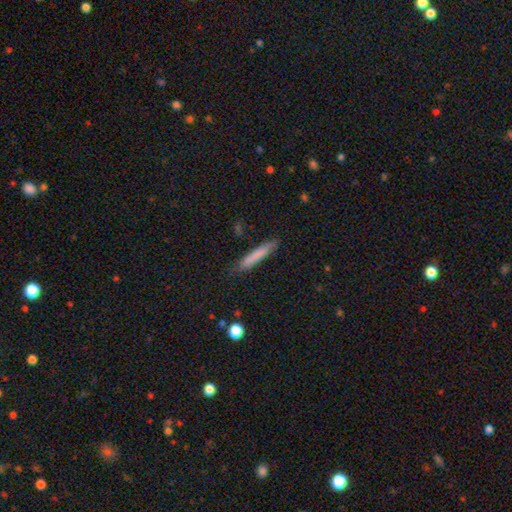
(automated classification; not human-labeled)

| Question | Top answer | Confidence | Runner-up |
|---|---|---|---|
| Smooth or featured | smooth | 77% | featured or disk (16%) |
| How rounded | cigar-shaped | 94% | in between (5%) |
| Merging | none | 85% | minor disturbance (11%) |